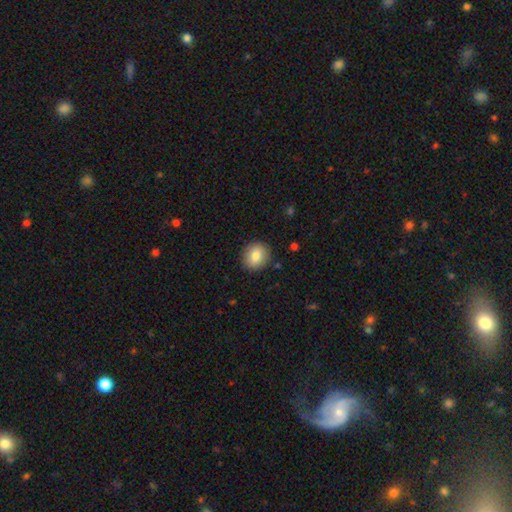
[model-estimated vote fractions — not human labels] This appears to be a smooth galaxy with no disk features (82%) that is round (80%). Merging: none (88%).